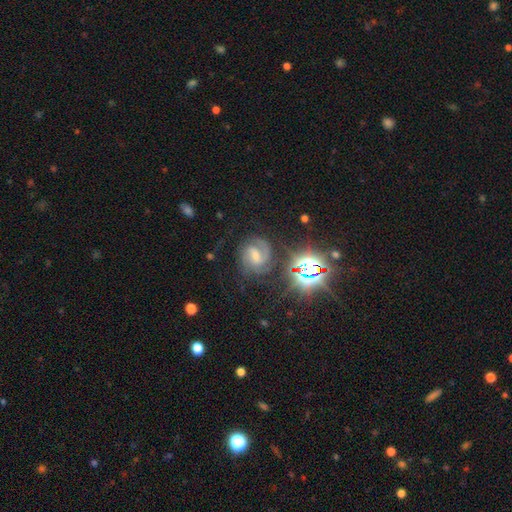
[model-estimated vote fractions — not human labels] This appears to be a featured or disk galaxy (68%) with a weak bar (52%), 2 (63%) tight (48%) spiral arms (96%) and a small central bulge (45%, tied with moderate). Merging: none (72%).